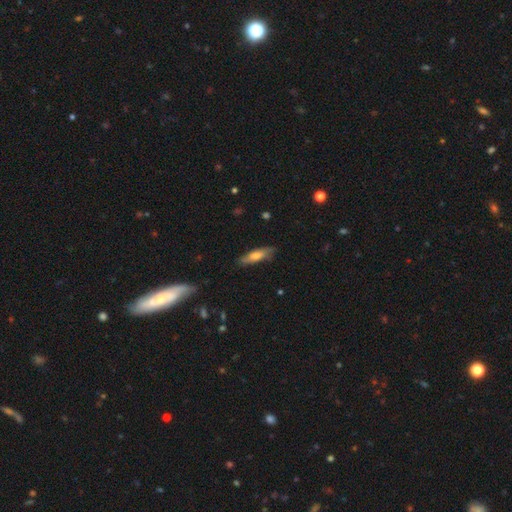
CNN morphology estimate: Smooth or featured?
  - smooth: 61% *
  - featured or disk: 32%
  - star or artifact: 7%
How rounded?
  - cigar-shaped: 63% *
  - in between: 34%
  - round: 2%
Merging?
  - none: 79% *
  - minor disturbance: 16%
  - major disturbance: 3%
  - merger: 1%